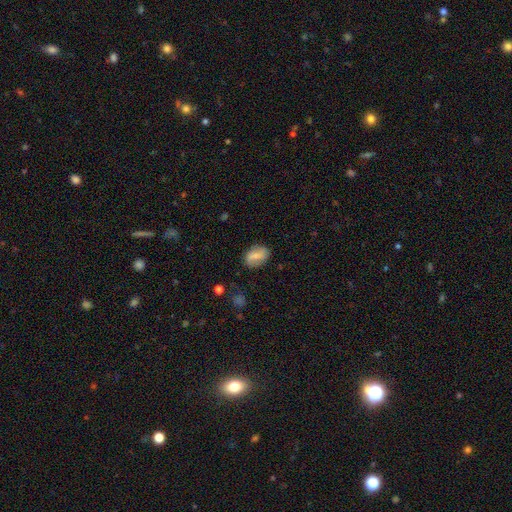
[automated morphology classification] This appears to be a smooth galaxy with no disk features (67%) that is in between round and cigar-shaped (81%). Merging: none (74%).